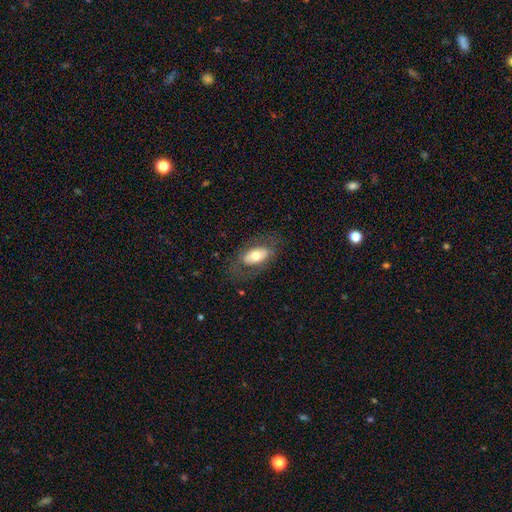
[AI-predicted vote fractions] A smooth galaxy with no disk features (60%) that is in between round and cigar-shaped (91%).

Vote fractions:
- Smooth or featured? smooth: 60% / featured or disk: 33% / star or artifact: 7%
- How rounded? in between: 91% / round: 5% / cigar-shaped: 4%
- Merging? none: 73% / minor disturbance: 16% / major disturbance: 10% / merger: 1%